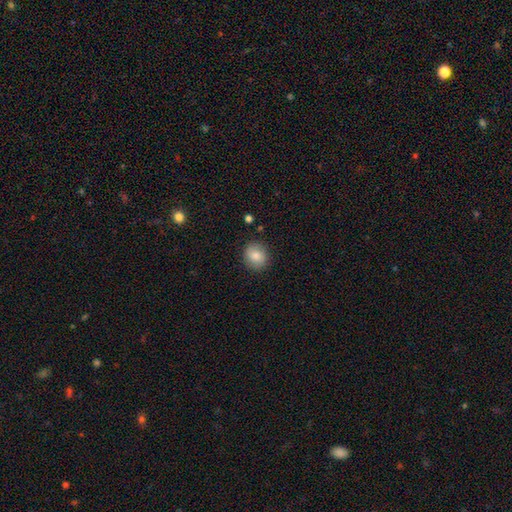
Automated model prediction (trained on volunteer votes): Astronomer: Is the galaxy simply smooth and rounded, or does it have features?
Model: smooth — 83%.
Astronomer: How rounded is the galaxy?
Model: round — 77%.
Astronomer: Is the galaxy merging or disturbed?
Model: none — 86%.